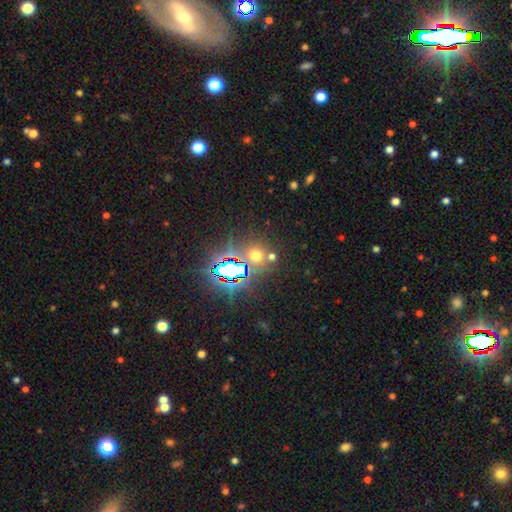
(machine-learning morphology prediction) smooth_or_featured: star or artifact (p=0.46) [alt: smooth p=0.45]